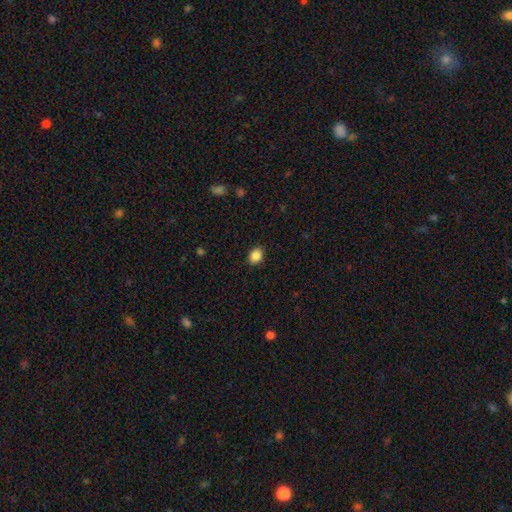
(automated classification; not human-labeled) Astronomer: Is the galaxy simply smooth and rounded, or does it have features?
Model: smooth — 87%.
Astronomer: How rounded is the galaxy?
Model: in between — 59% (runner-up: round, 40%).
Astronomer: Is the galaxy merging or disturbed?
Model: none — 89%.